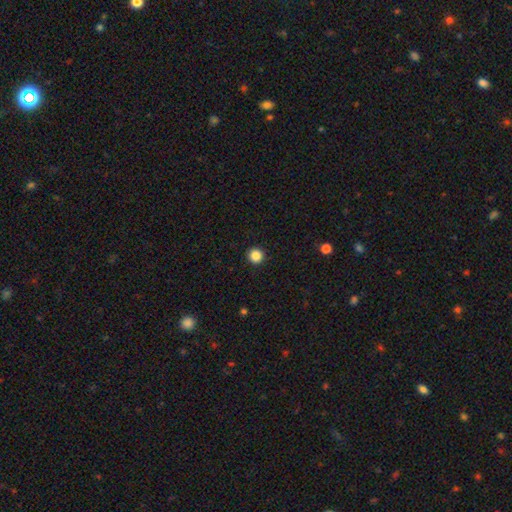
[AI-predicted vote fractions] Q: Smooth or featured?
A: smooth (86%); runner-up: star or artifact (11%)
Q: How rounded?
A: round (96%); runner-up: in between (3%)
Q: Merging?
A: none (94%); runner-up: minor disturbance (4%)